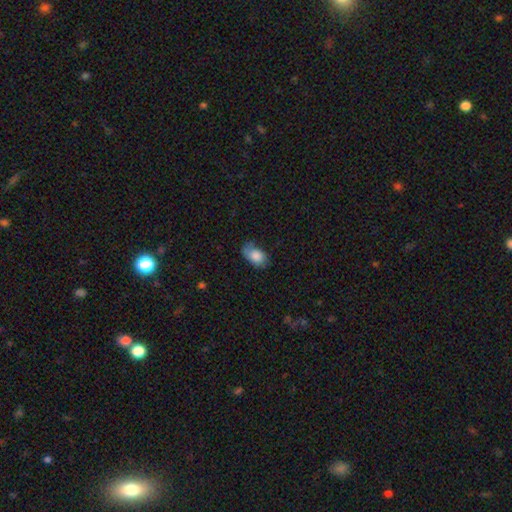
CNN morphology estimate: type=smooth (77%); roundness=in between (88%); merging=none (53%).